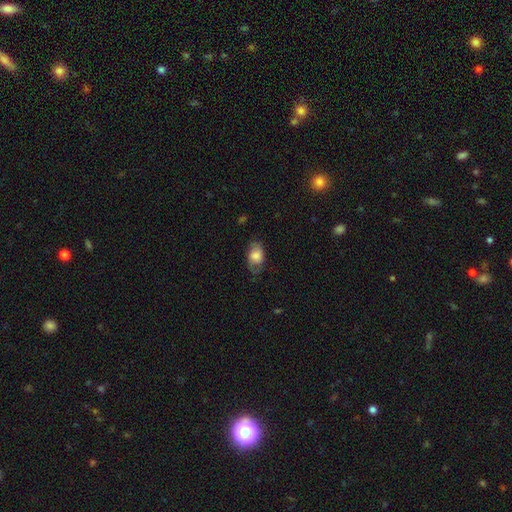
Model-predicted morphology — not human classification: Smooth or featured? smooth (63%)
How rounded? in between (86%)
Merging? none (62%)